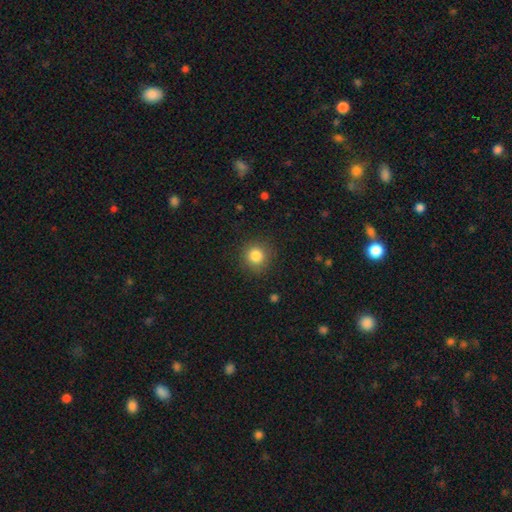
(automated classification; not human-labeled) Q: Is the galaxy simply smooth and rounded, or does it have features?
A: smooth — 84%.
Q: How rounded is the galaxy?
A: round — 92%.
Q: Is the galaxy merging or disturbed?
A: none — 88%.